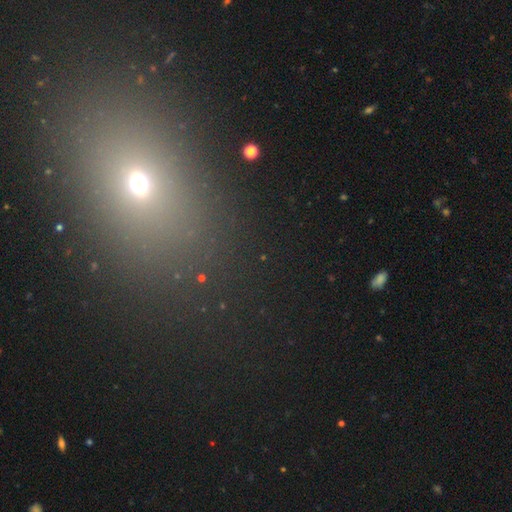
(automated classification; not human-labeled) Smooth or featured? Predicted: smooth (p=0.46). Merging? Predicted: none (p=0.86).